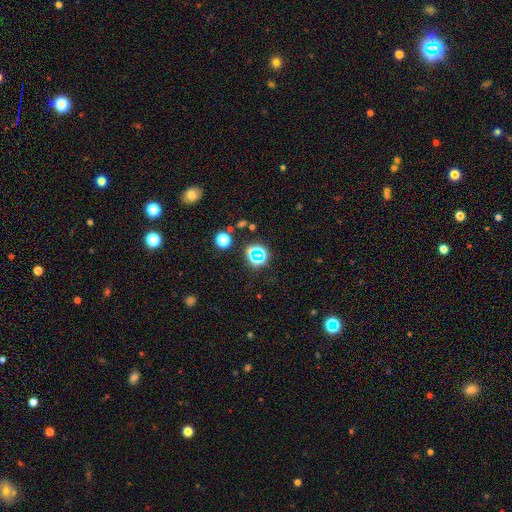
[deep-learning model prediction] Overall: star or artifact (63%; smooth 26%).